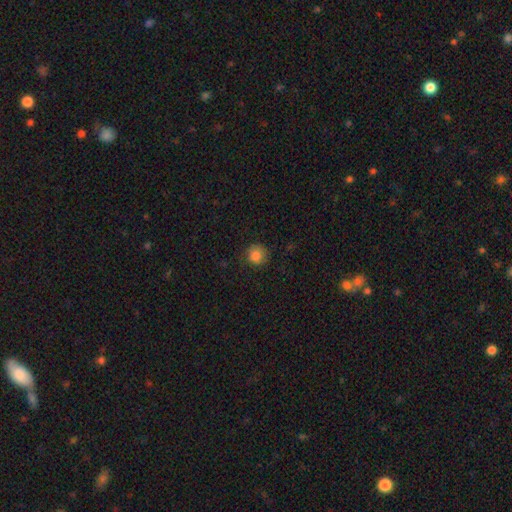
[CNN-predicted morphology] Smooth or featured? Predicted: smooth (p=0.85). How rounded? Predicted: round (p=0.93). Merging? Predicted: none (p=0.85).